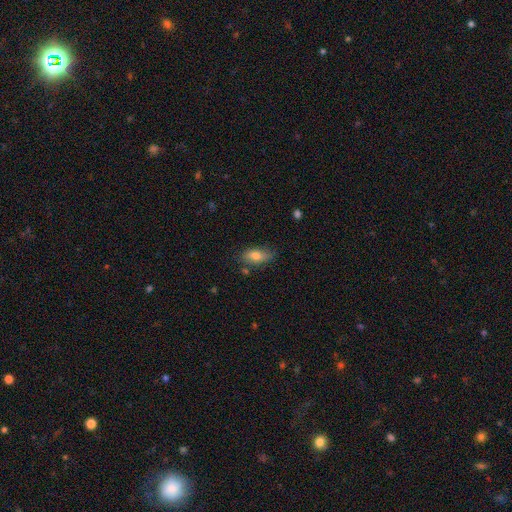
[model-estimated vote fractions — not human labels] Q: Smooth or featured?
A: smooth (76%); runner-up: featured or disk (16%)
Q: How rounded?
A: in between (86%); runner-up: cigar-shaped (10%)
Q: Merging?
A: none (66%); runner-up: minor disturbance (24%)